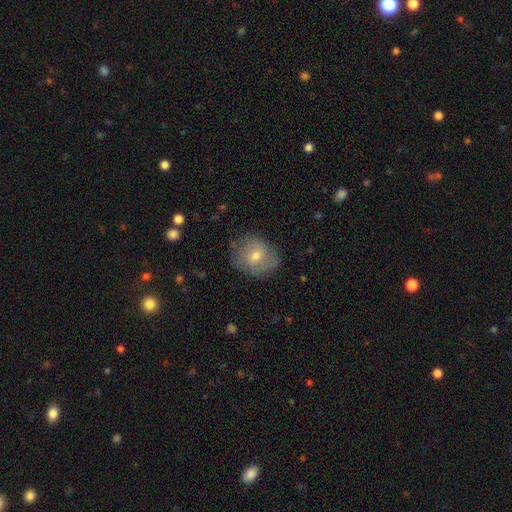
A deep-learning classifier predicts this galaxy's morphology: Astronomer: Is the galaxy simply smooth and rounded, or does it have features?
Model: smooth — 57% (runner-up: featured or disk, 34%).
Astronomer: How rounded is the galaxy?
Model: round — 65%.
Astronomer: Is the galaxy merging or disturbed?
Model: none — 74%.